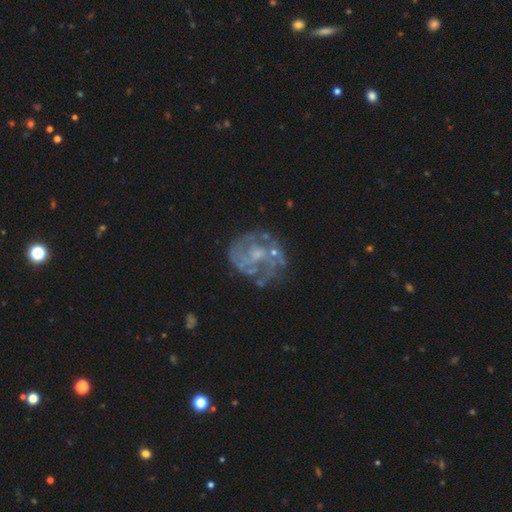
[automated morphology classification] Smooth or featured? Predicted: featured or disk (p=0.77). Edge-on disk? Predicted: no (p=0.98). Bar? Predicted: no (p=0.69). Spiral arms? Predicted: yes (p=0.60). Bulge size? Predicted: small (p=0.42). Merging? Predicted: none (p=0.59).